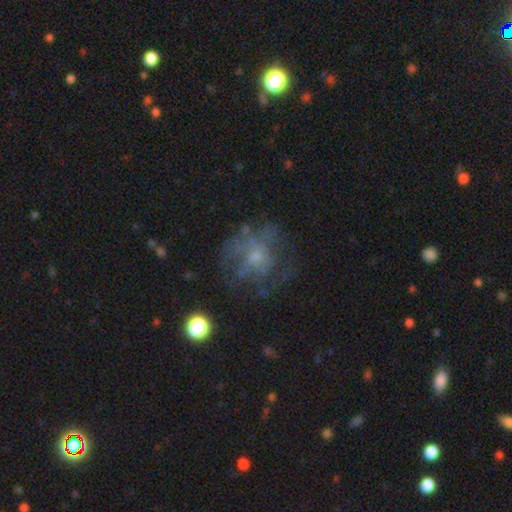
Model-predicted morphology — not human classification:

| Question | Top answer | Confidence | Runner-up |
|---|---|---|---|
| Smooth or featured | featured or disk | 53% | smooth (33%) |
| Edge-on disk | no | 97% | yes (3%) |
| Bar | no | 84% | weak (13%) |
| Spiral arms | no | 62% | yes (38%) |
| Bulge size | small | 48% | moderate (33%) |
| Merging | none | 48% | major disturbance (29%) |